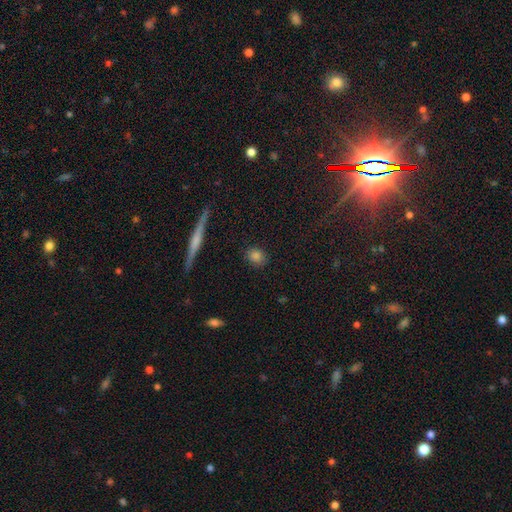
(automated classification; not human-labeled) Smooth or featured: smooth — 83% (star or artifact — 10%)
How rounded: round — 62% (in between — 34%)
Merging: none — 88% (minor disturbance — 8%)